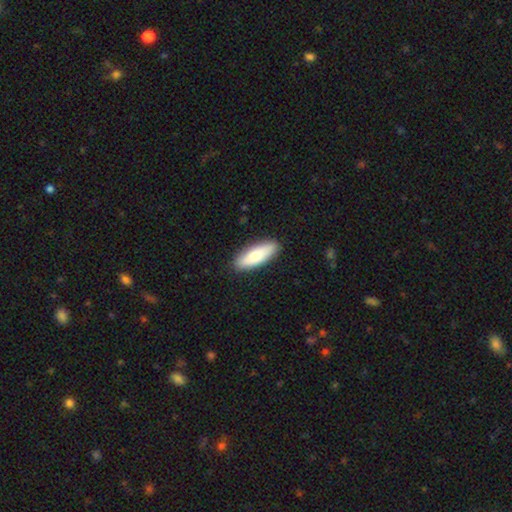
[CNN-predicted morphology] Q: Smooth or featured?
A: smooth (81%); runner-up: featured or disk (14%)
Q: How rounded?
A: in between (60%); runner-up: cigar-shaped (38%)
Q: Merging?
A: none (89%); runner-up: minor disturbance (8%)